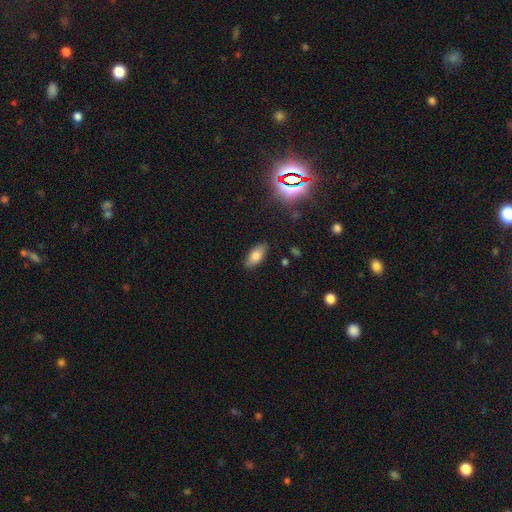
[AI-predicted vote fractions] This is likely a smooth galaxy (76%). How rounded: clearly in between (86%). Merging: clearly none (86%).